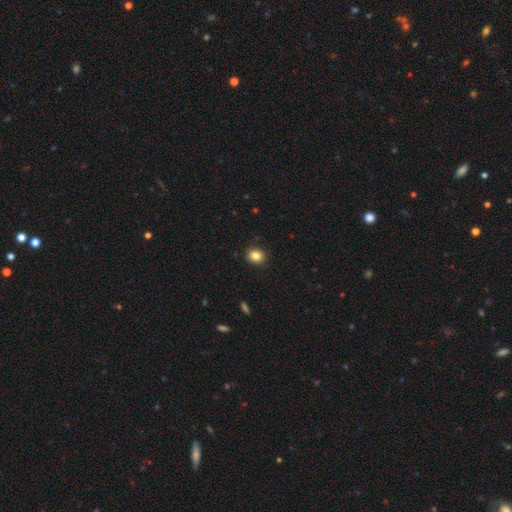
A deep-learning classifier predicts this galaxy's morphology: Smooth or featured?
  - smooth: 84% *
  - star or artifact: 11%
  - featured or disk: 5%
How rounded?
  - round: 65% *
  - in between: 34%
  - cigar-shaped: 1%
Merging?
  - none: 88% *
  - minor disturbance: 9%
  - major disturbance: 2%
  - merger: 1%